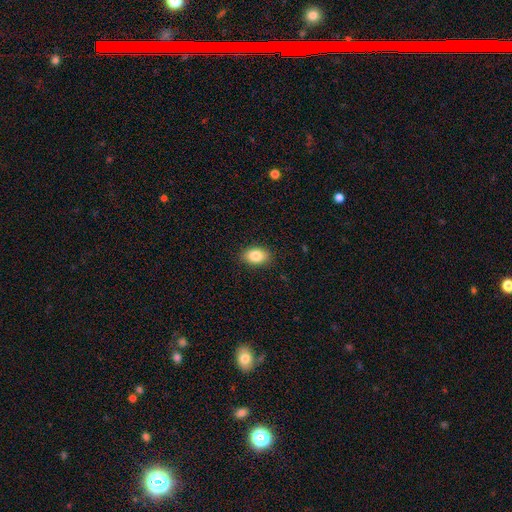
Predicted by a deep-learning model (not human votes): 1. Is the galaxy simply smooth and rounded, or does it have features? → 85% smooth, 8% star or artifact, 7% featured or disk.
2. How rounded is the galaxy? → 85% in between, 14% round, 1% cigar-shaped.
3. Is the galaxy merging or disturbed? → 89% none, 8% minor disturbance, 2% major disturbance, 1% merger.